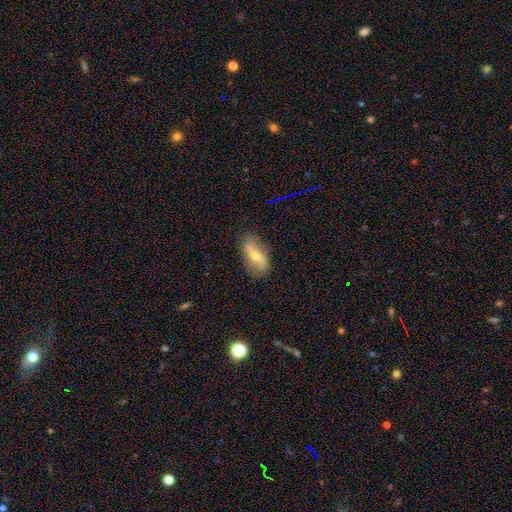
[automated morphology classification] A featured or disk galaxy (51%).

Vote fractions:
- Smooth or featured? featured or disk: 51% / smooth: 40% / star or artifact: 10%
- Edge-on disk? no: 75% / yes: 25%
- Merging? none: 80% / minor disturbance: 15% / major disturbance: 4% / merger: 1%